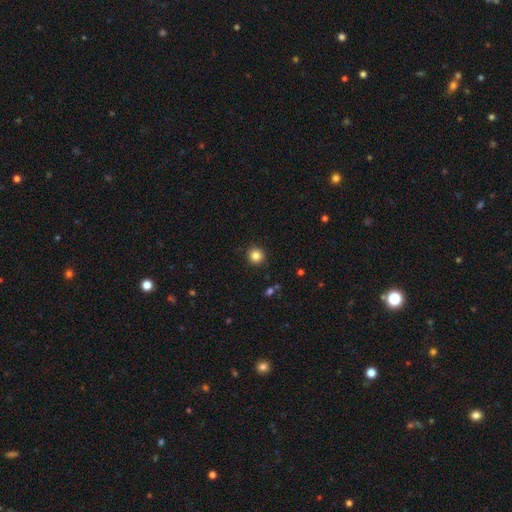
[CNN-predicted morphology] A smooth galaxy with no disk features (84%) that is round (92%).

Vote fractions:
- Smooth or featured? smooth: 84% / star or artifact: 11% / featured or disk: 5%
- How rounded? round: 92% / in between: 7% / cigar-shaped: 1%
- Merging? none: 91% / minor disturbance: 6% / major disturbance: 2% / merger: 1%